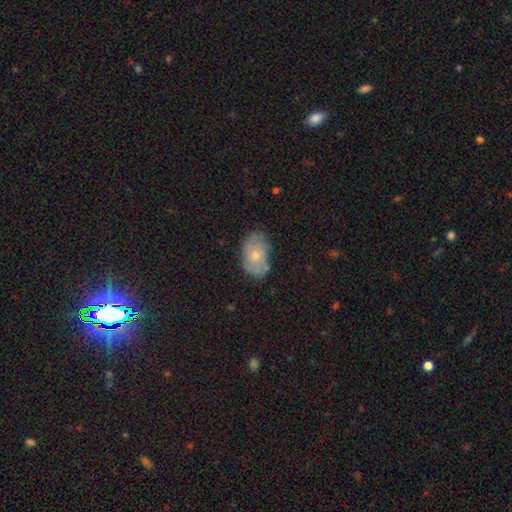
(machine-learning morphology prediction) Smooth or featured? Predicted: smooth (p=0.52). How rounded? Predicted: in between (p=0.87). Merging? Predicted: none (p=0.68).